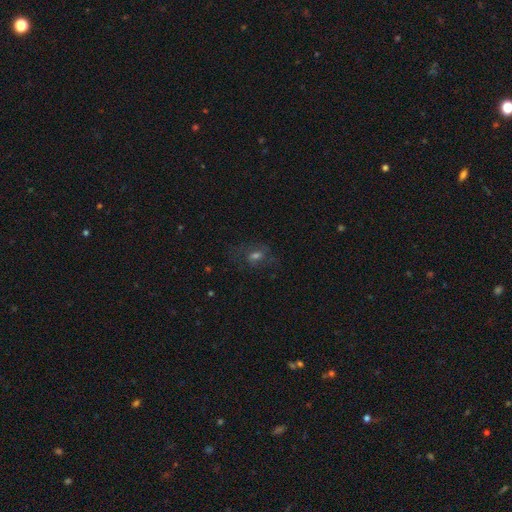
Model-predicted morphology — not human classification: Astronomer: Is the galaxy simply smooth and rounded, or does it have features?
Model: smooth — 39% (runner-up: featured or disk, 34%).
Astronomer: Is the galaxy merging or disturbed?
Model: none — 66%.